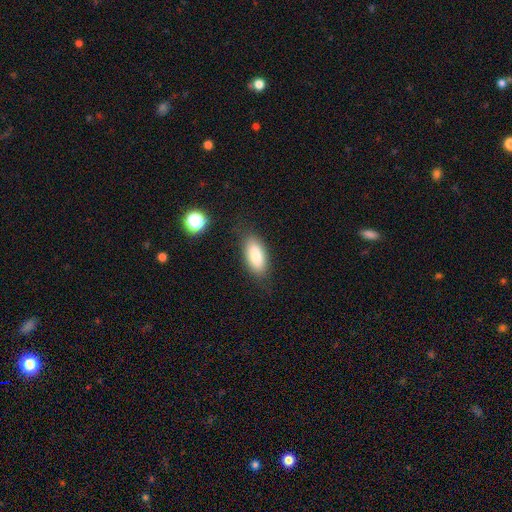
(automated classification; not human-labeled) A smooth galaxy with no disk features (83%) that is in between round and cigar-shaped (88%).

Vote fractions:
- Smooth or featured? smooth: 83% / featured or disk: 10% / star or artifact: 7%
- How rounded? in between: 88% / cigar-shaped: 10% / round: 2%
- Merging? none: 79% / minor disturbance: 14% / major disturbance: 4% / merger: 2%